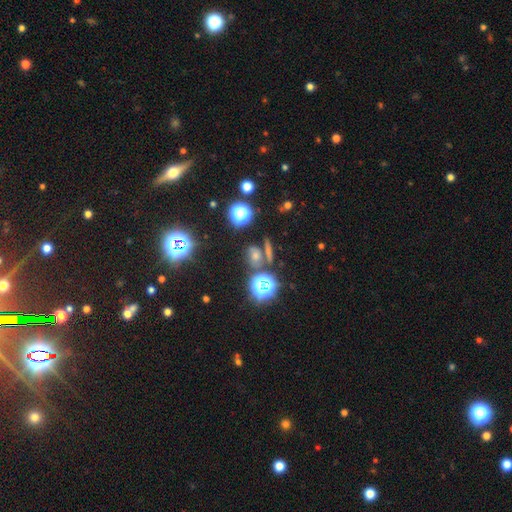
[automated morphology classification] Smooth or featured?
  - star or artifact: 48% *
  - smooth: 37%
  - featured or disk: 15%